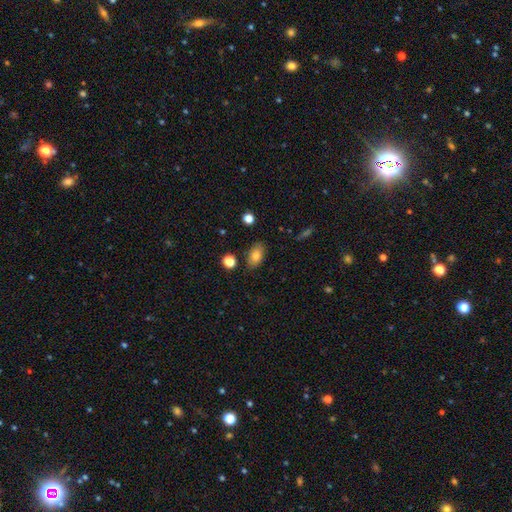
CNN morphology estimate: Smooth or featured: smooth — 82% (featured or disk — 10%)
How rounded: in between — 89% (round — 8%)
Merging: none — 83% (minor disturbance — 12%)